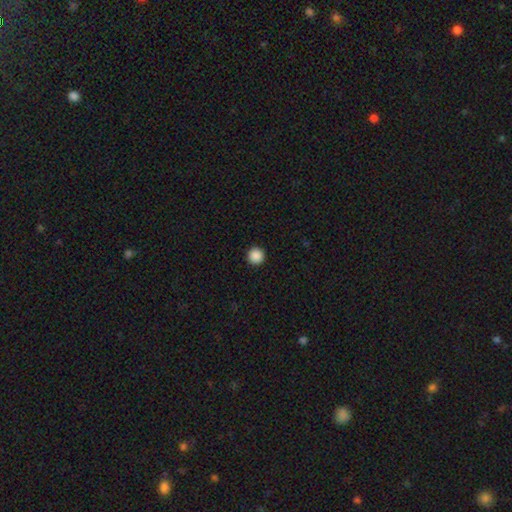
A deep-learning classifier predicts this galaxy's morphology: smooth 88%, star or artifact 10%, featured or disk 2%. Down the decision tree: how rounded — round (96%); merging — none (94%).